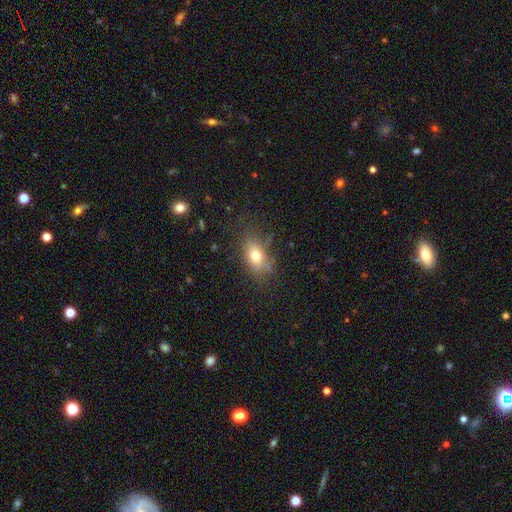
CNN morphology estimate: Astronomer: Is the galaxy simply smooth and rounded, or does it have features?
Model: smooth — 73%.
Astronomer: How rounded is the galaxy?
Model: in between — 80%.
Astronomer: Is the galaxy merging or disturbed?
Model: none — 69%.